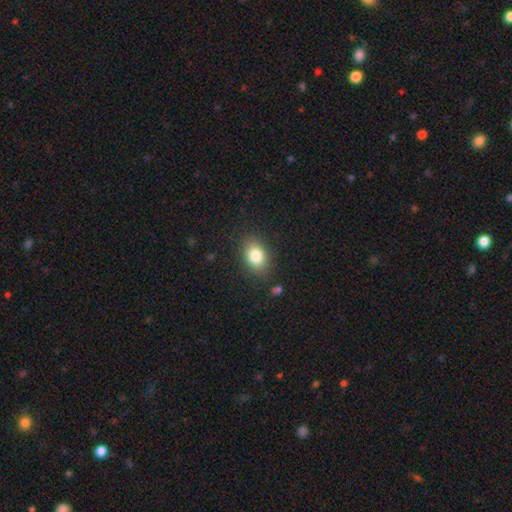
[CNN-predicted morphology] Smooth or featured? Predicted: smooth (p=0.81). How rounded? Predicted: in between (p=0.75). Merging? Predicted: none (p=0.84).